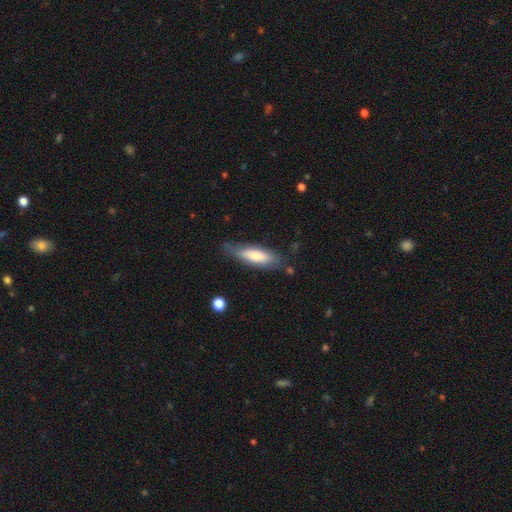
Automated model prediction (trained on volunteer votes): Overall: smooth (71%). How rounded: cigar-shaped (52%; in between 47%). Merging: none (69%).